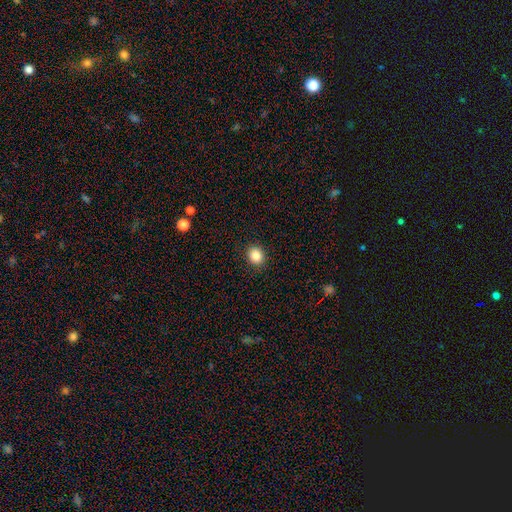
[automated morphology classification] This is clearly a smooth galaxy (86%). How rounded: likely round (63%). Merging: clearly none (91%).